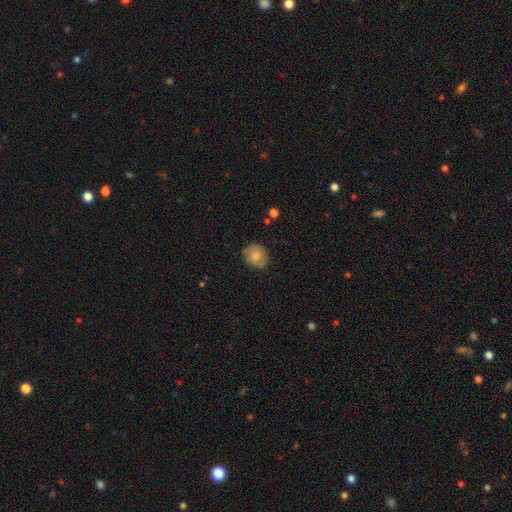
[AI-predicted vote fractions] A smooth galaxy with no disk features (79%) that is round (74%). Merging: none (79%).